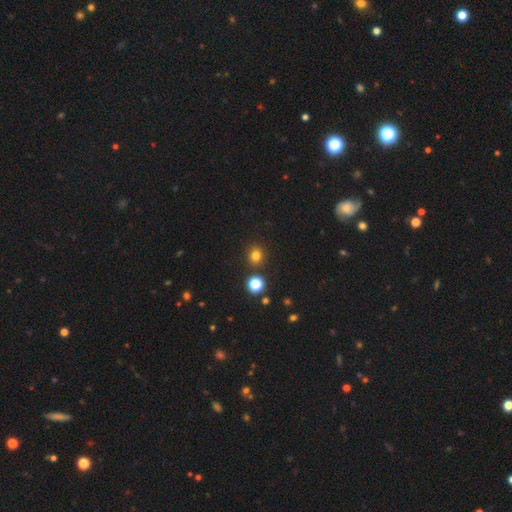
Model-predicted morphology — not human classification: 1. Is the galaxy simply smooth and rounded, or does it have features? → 79% smooth, 16% star or artifact, 5% featured or disk.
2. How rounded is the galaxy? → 80% round, 19% in between, 1% cigar-shaped.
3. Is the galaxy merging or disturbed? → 86% none, 7% minor disturbance, 5% merger, 2% major disturbance.